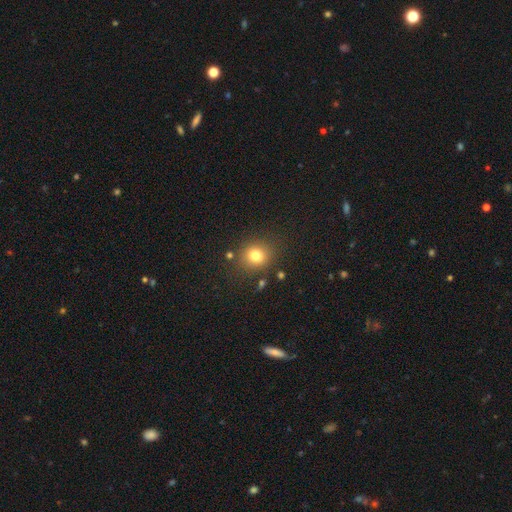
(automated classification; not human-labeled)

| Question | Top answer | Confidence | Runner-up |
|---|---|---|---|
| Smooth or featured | smooth | 78% | star or artifact (14%) |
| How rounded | round | 77% | in between (22%) |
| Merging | none | 81% | minor disturbance (11%) |